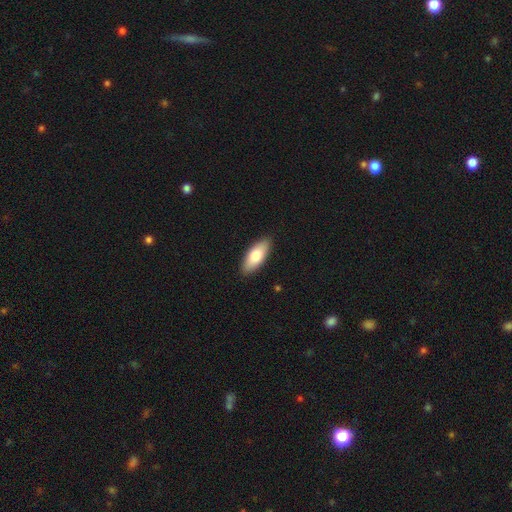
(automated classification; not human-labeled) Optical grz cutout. It shows a smooth galaxy with no disk features (77%) that is in between round and cigar-shaped (78%). Merging: none (89%).